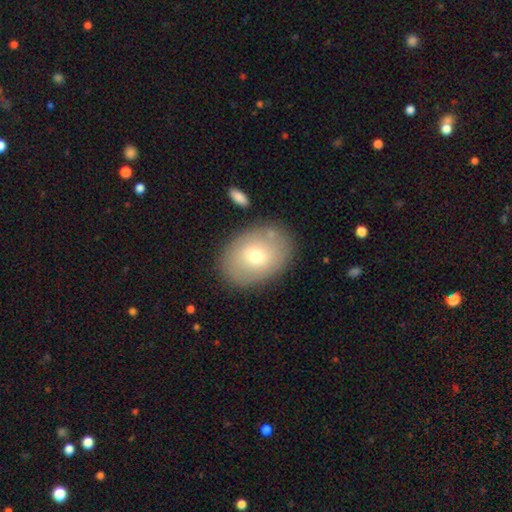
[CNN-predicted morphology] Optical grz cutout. It shows a smooth galaxy with no disk features (65%) that is in between round and cigar-shaped (74%). Merging: none (81%).